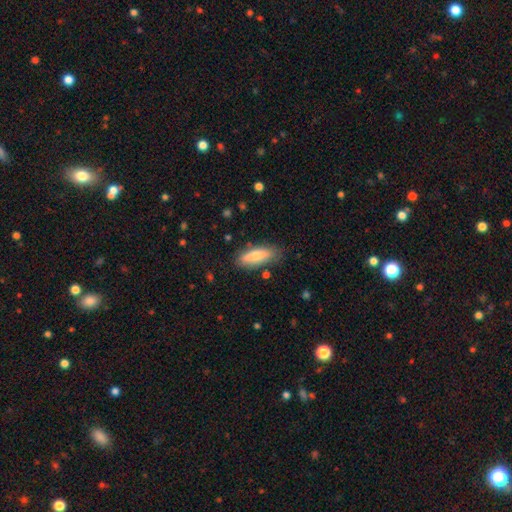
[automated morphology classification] Overall: smooth (72%). How rounded: cigar-shaped (50%; in between 48%). Merging: none (78%).